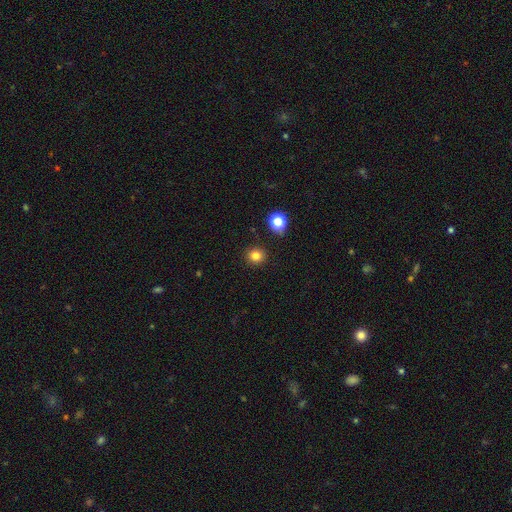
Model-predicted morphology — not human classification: smooth-or-featured: smooth: 81% | star or artifact: 14% | featured or disk: 5%
  how-rounded: round: 90% | in between: 9% | cigar-shaped: 1%
  merging: none: 91% | minor disturbance: 6% | major disturbance: 2% | merger: 2%